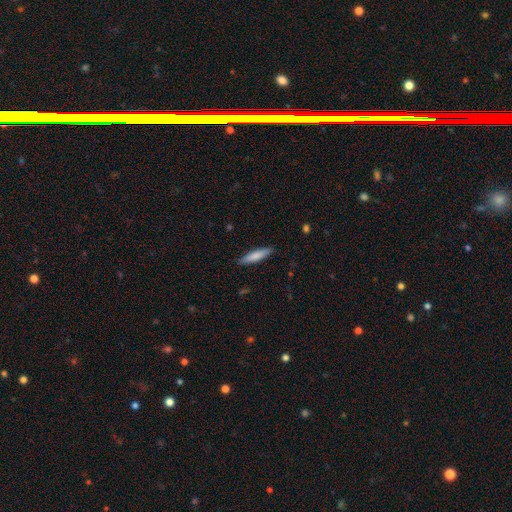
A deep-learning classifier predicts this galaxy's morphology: Smooth or featured? Predicted: smooth (p=0.78). How rounded? Predicted: cigar-shaped (p=0.83). Merging? Predicted: none (p=0.89).